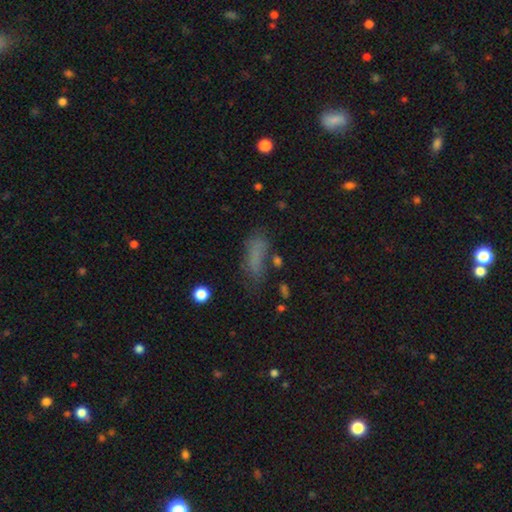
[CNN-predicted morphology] Overall: smooth (70%). How rounded: in between (59%; cigar-shaped 37%). Merging: none (50%; minor disturbance 25%).